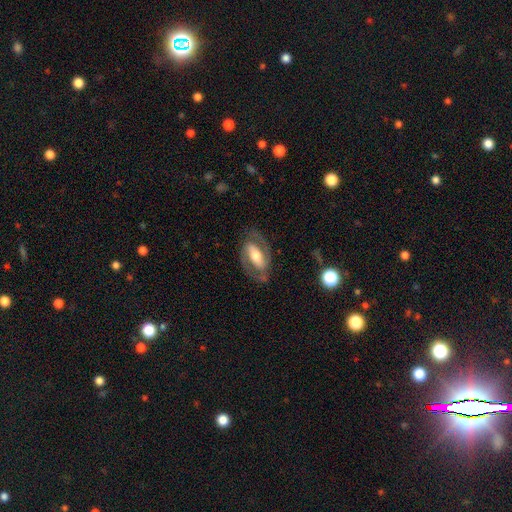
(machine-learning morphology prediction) A featured or disk galaxy (75%) with a strong bar (50%), 2 (86%) medium (49%) spiral arms (81%) and a moderate central bulge (61%).

Vote fractions:
- Smooth or featured? featured or disk: 75% / smooth: 20% / star or artifact: 5%
- Edge-on disk? no: 93% / yes: 7%
- Bar? strong: 50% / weak: 28% / no: 22%
- Spiral arms? yes: 81% / no: 19%
- Spiral winding? medium: 49% / tight: 33% / loose: 18%
- Spiral arm count? 2: 86% / can't tell: 8% / 1: 4% / 3: 1% / 4: 1% / more than 4: 1%
- Bulge size? moderate: 61% / small: 21% / large: 14% / dominant: 2% / none: 2%
- Merging? none: 75% / minor disturbance: 15% / major disturbance: 9% / merger: 2%